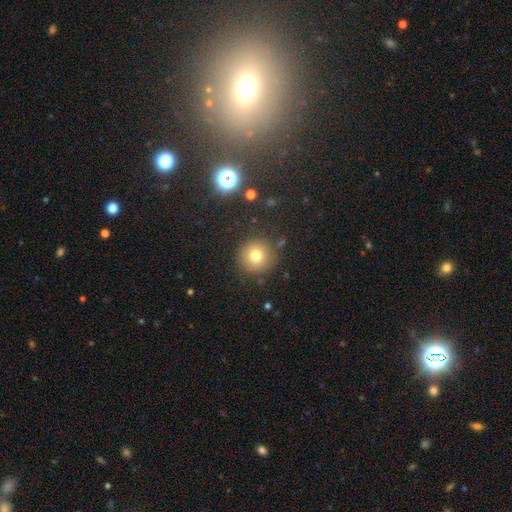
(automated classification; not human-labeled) Overall: smooth (74%). How rounded: round (95%). Merging: none (86%).